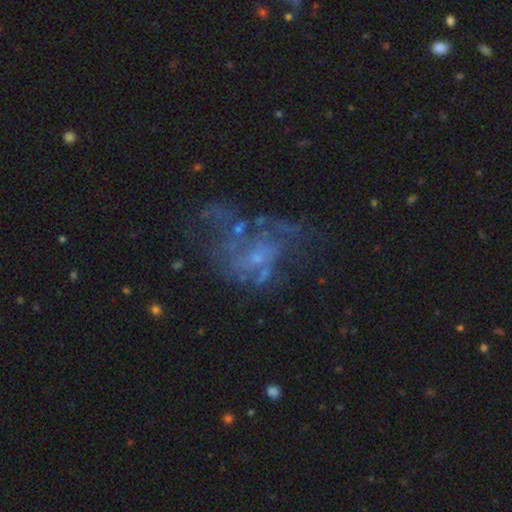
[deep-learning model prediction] Smooth or featured? Predicted: featured or disk (p=0.66). Edge-on disk? Predicted: no (p=0.98). Bar? Predicted: no (p=0.80). Spiral arms? Predicted: no (p=0.60). Bulge size? Predicted: small (p=0.51). Merging? Predicted: major disturbance (p=0.40).